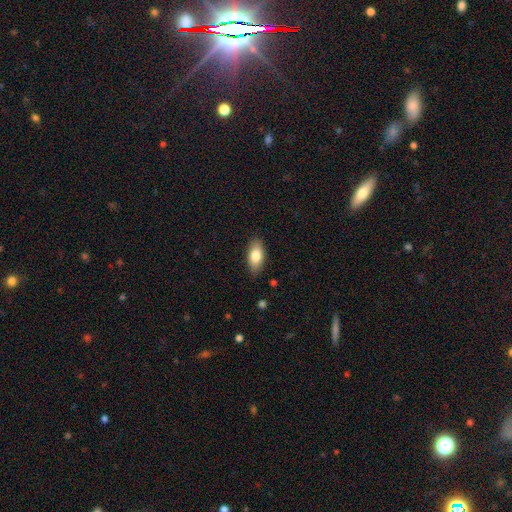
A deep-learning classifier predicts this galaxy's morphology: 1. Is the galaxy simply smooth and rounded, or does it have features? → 81% smooth, 12% featured or disk, 7% star or artifact.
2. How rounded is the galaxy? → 88% in between, 8% cigar-shaped, 3% round.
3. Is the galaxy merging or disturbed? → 86% none, 11% minor disturbance, 2% major disturbance, 1% merger.